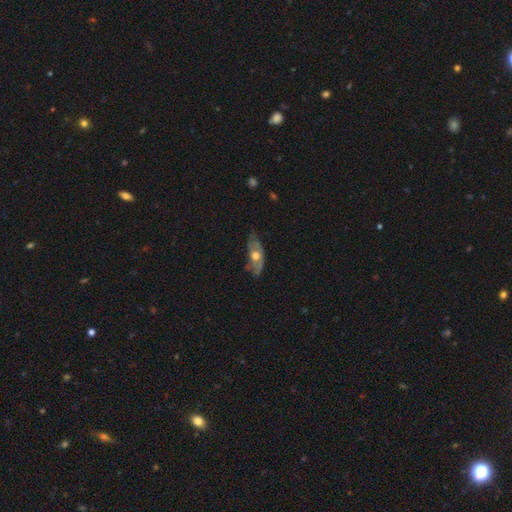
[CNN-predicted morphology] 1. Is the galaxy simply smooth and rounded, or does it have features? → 59% featured or disk, 35% smooth, 7% star or artifact.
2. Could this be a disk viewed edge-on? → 76% no, 24% yes.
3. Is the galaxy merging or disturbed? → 57% none, 30% minor disturbance, 10% major disturbance, 2% merger.